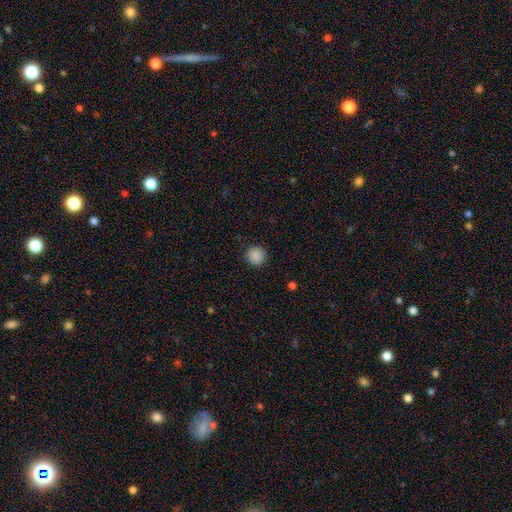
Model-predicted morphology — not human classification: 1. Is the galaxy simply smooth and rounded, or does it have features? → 88% smooth, 9% star or artifact, 3% featured or disk.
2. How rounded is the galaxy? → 94% round, 5% in between, 1% cigar-shaped.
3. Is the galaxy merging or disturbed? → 91% none, 6% minor disturbance, 2% major disturbance, 1% merger.